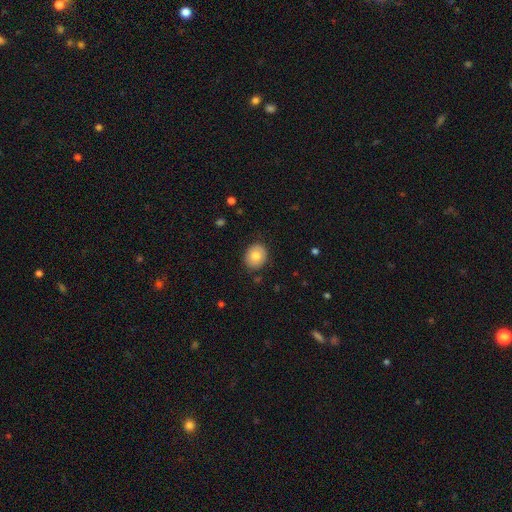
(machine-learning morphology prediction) The model was most divided on "how rounded": round: 63%, in between: 36%, cigar-shaped: 1%. More confident: merging — none (87%); smooth or featured — smooth (80%).